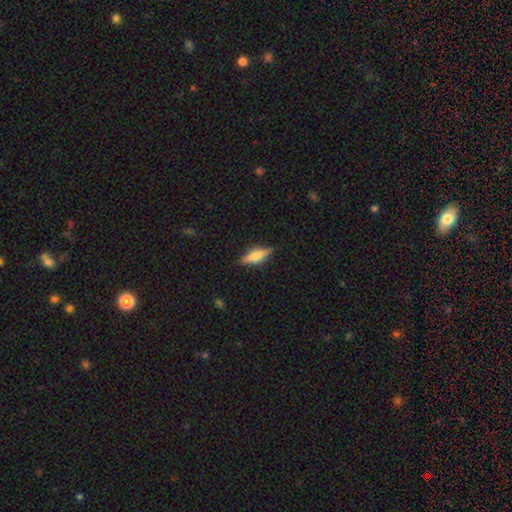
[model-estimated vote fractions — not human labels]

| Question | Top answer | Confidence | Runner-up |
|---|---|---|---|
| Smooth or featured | featured or disk | 57% | smooth (36%) |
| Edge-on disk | yes | 96% | no (4%) |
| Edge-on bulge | rounded | 77% | boxy (18%) |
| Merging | none | 87% | minor disturbance (10%) |